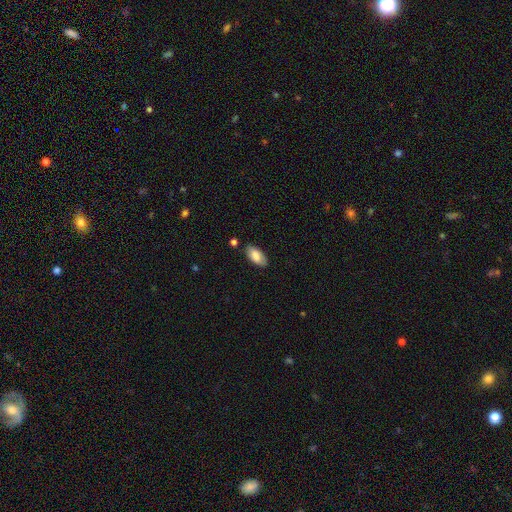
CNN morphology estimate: Smooth or featured? Predicted: smooth (p=0.82). How rounded? Predicted: in between (p=0.92). Merging? Predicted: none (p=0.81).